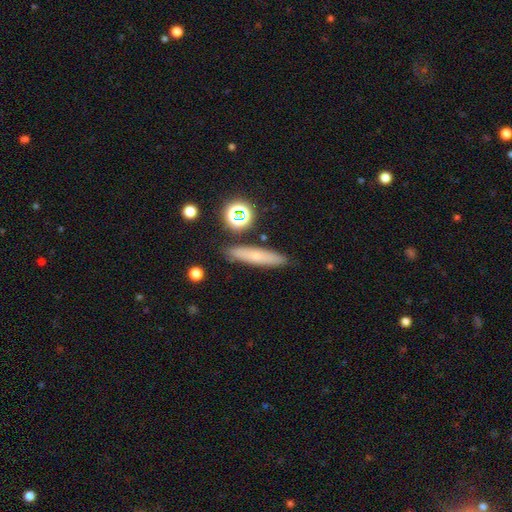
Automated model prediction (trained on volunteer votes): smooth_or_featured: smooth (p=0.62) [alt: featured or disk p=0.27]
how_rounded: cigar-shaped (p=0.85) [alt: in between p=0.11]
merging: none (p=0.85) [alt: minor disturbance p=0.09]